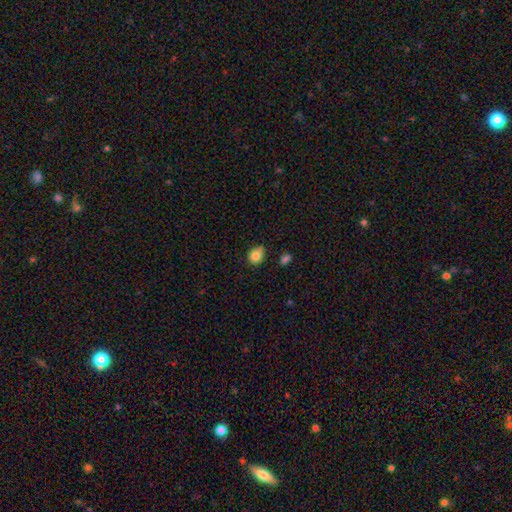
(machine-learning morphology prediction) A smooth galaxy with no disk features (83%) that is round (65%).

Vote fractions:
- Smooth or featured? smooth: 83% / star or artifact: 10% / featured or disk: 7%
- How rounded? round: 65% / in between: 34% / cigar-shaped: 1%
- Merging? none: 58% / minor disturbance: 31% / major disturbance: 6% / merger: 5%